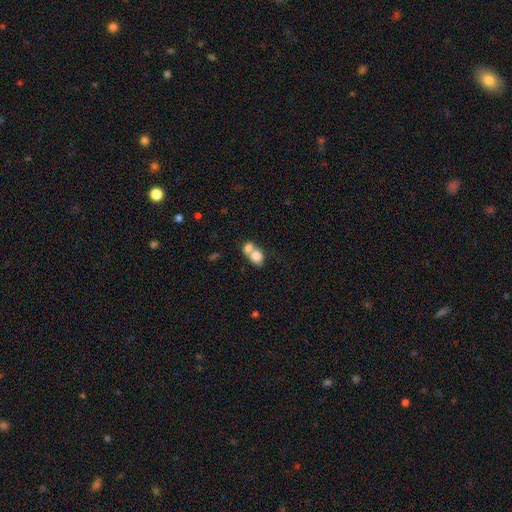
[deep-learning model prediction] Smooth or featured? smooth (77%)
How rounded? in between (56%)
Merging? merger (68%)